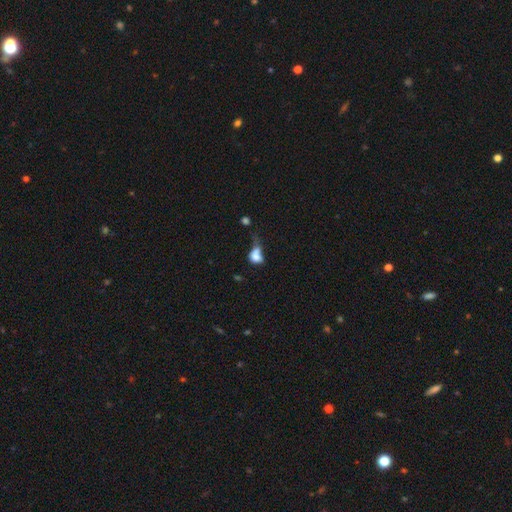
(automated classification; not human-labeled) A smooth galaxy with no disk features (70%) that is in between round and cigar-shaped (61%).

Vote fractions:
- Smooth or featured? smooth: 70% / featured or disk: 18% / star or artifact: 11%
- How rounded? in between: 61% / round: 36% / cigar-shaped: 3%
- Merging? merger: 36% / major disturbance: 27% / none: 19% / minor disturbance: 18%